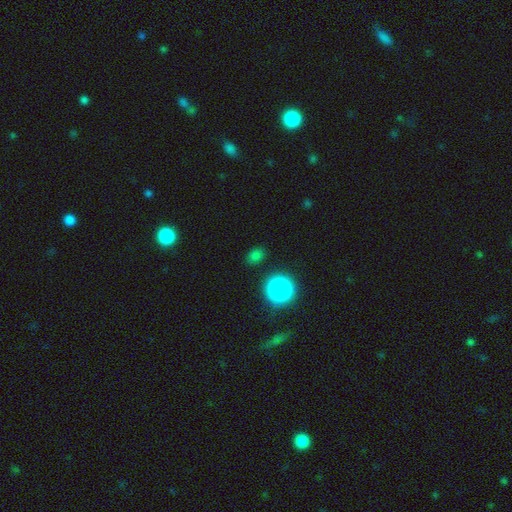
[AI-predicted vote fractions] This is likely a smooth galaxy (72%). How rounded: possibly in between (53%). Merging: clearly none (84%).